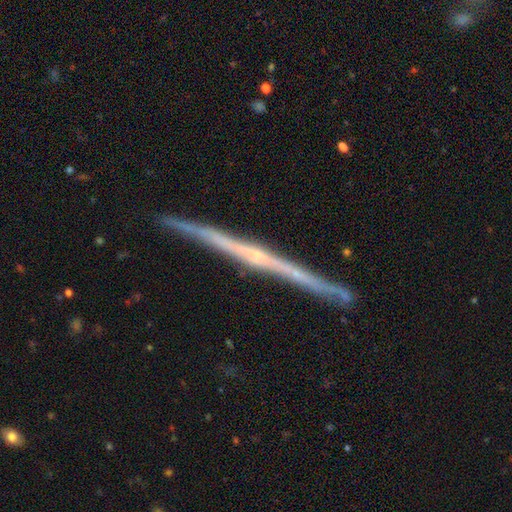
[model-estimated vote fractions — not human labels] featured or disk 83%, smooth 12%, star or artifact 6%. Down the decision tree: edge-on disk — yes (98%); edge-on bulge — none (49%); merging — none (91%).